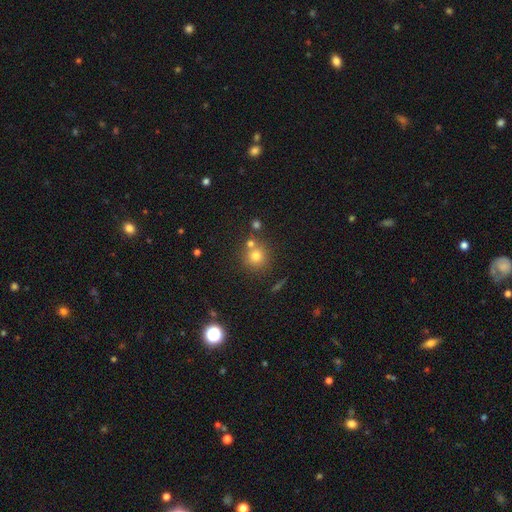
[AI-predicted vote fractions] Q: Smooth or featured?
A: smooth (74%); runner-up: star or artifact (15%)
Q: How rounded?
A: round (90%); runner-up: in between (9%)
Q: Merging?
A: none (66%); runner-up: merger (21%)